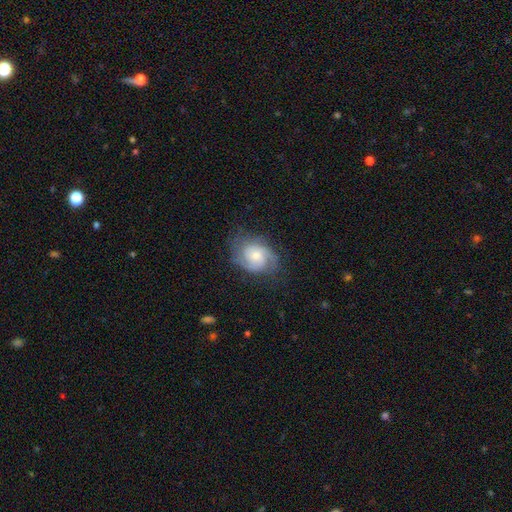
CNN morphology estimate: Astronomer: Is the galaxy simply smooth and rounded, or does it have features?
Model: featured or disk — 74%.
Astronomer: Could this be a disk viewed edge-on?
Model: no — 98%.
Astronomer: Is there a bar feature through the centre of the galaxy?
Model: no — 66%.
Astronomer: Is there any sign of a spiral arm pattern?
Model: yes — 94%.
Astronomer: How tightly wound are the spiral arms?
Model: tight — 45% (runner-up: medium, 42%).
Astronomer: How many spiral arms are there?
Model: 2 — 57%.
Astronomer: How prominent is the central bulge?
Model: moderate — 51% (runner-up: small, 33%).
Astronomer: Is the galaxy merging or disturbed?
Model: none — 67%.